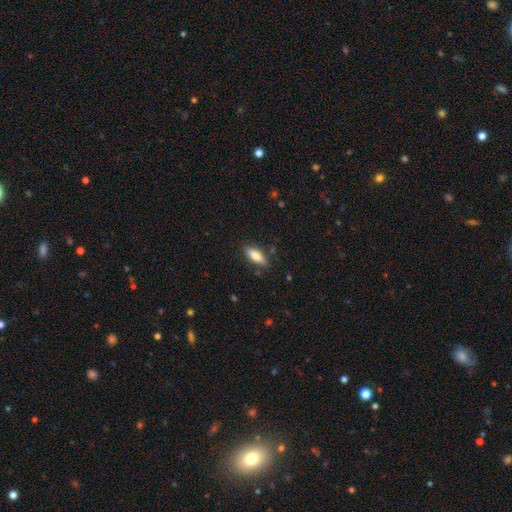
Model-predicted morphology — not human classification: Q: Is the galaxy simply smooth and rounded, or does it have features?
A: smooth — 74%.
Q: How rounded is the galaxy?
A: in between — 61%.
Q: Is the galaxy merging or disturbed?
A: none — 84%.